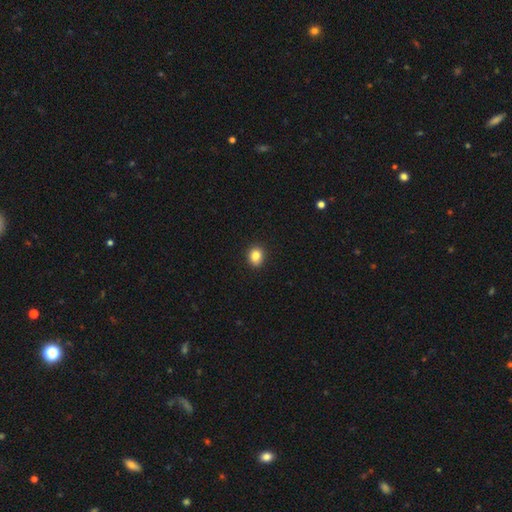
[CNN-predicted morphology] Smooth or featured? smooth (84%)
How rounded? round (62%)
Merging? none (88%)